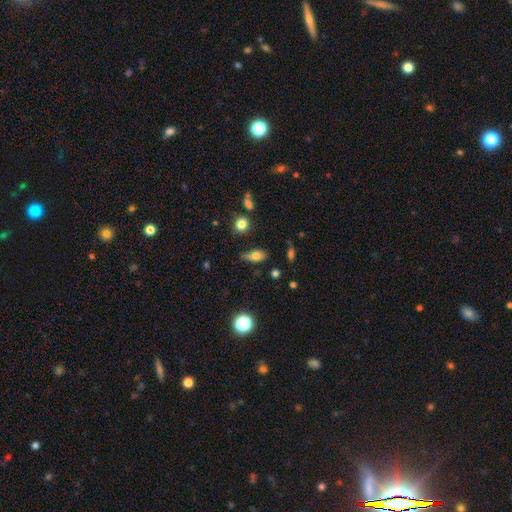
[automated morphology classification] Smooth or featured: smooth — 66% (featured or disk — 22%)
How rounded: in between — 76% (cigar-shaped — 14%)
Merging: none — 63% (minor disturbance — 27%)